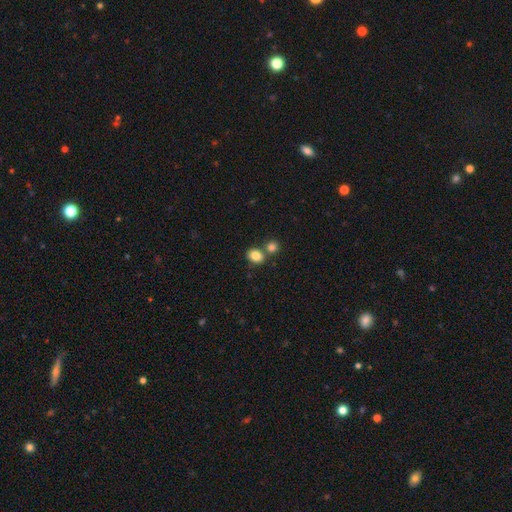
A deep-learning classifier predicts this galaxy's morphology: A smooth galaxy with no disk features (84%) that is round (50%).

Vote fractions:
- Smooth or featured? smooth: 84% / star or artifact: 10% / featured or disk: 6%
- How rounded? round: 50% / in between: 49% / cigar-shaped: 1%
- Merging? none: 61% / merger: 27% / minor disturbance: 9% / major disturbance: 3%